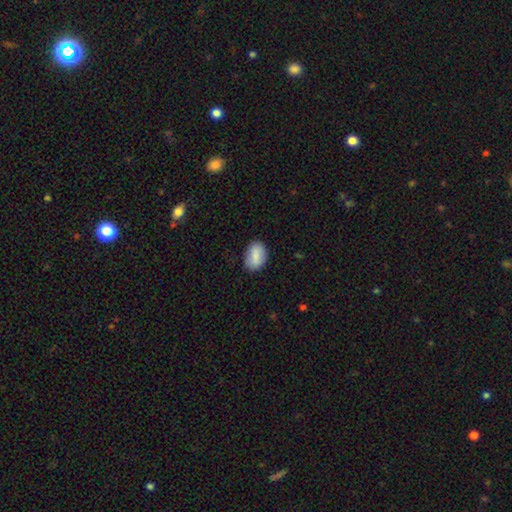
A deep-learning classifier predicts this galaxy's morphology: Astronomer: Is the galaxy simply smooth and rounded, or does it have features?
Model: smooth — 85%.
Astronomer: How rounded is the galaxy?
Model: in between — 85%.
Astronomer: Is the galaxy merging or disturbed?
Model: none — 80%.